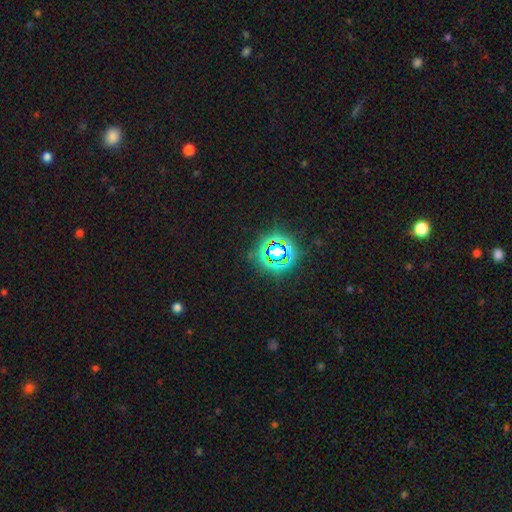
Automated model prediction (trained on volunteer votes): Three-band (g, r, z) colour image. It shows a star or artifact, not a galaxy (80%).